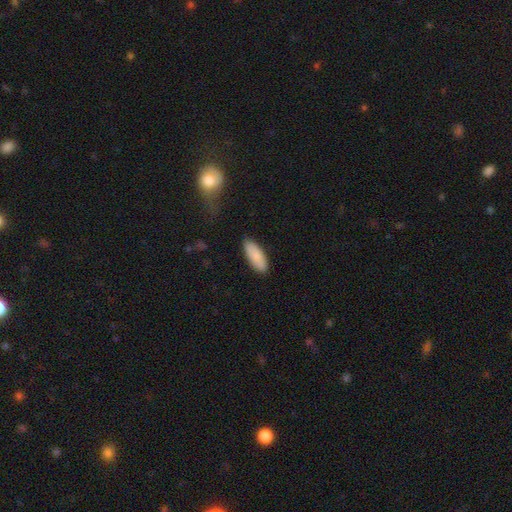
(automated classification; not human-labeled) Smooth or featured? smooth (85%)
How rounded? in between (74%)
Merging? none (86%)